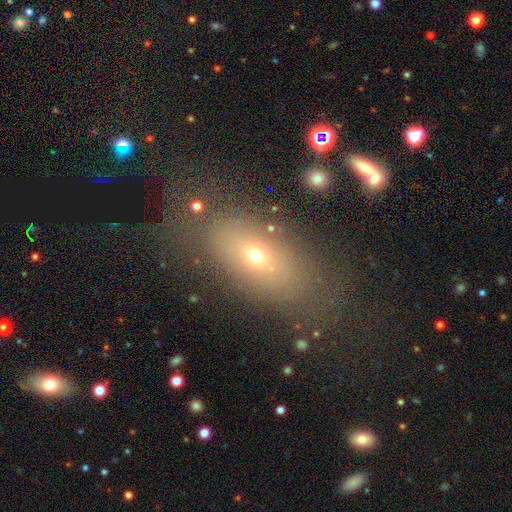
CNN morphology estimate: Smooth or featured? Predicted: smooth (p=0.60). How rounded? Predicted: in between (p=0.75). Merging? Predicted: none (p=0.70).